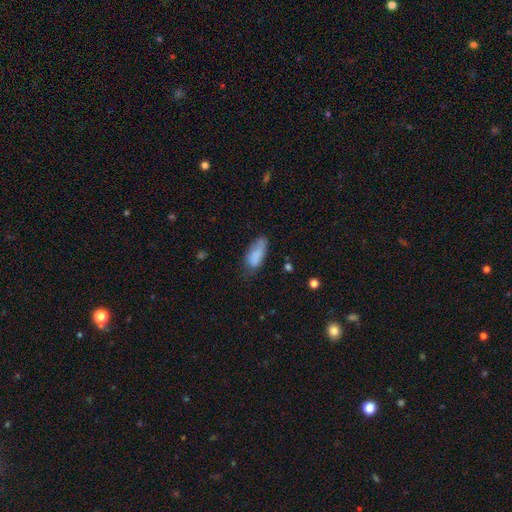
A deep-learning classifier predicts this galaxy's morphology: Overall: smooth (82%). How rounded: in between (80%). Merging: none (49%; minor disturbance 35%).